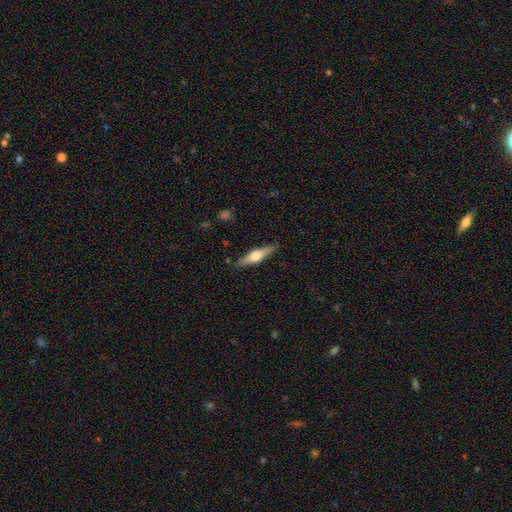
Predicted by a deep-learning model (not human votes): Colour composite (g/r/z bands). It shows a featured or disk galaxy (62%) viewed edge-on (96%) with a rounded central bulge (93%). Merging: none (88%).